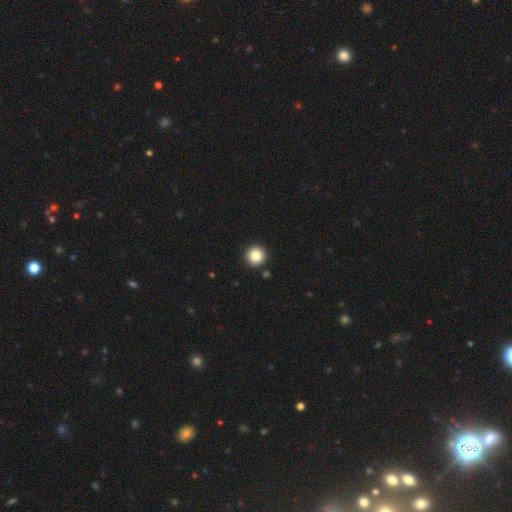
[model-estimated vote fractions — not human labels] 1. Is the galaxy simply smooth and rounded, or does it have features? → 83% smooth, 10% star or artifact, 6% featured or disk.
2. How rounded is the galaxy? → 96% round, 3% in between, 1% cigar-shaped.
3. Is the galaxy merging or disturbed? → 92% none, 5% minor disturbance, 2% merger, 2% major disturbance.